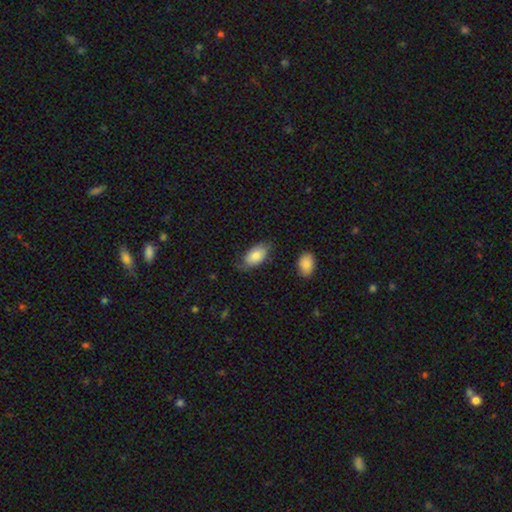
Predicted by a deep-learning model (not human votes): Smooth or featured? smooth (80%)
How rounded? in between (93%)
Merging? none (61%)